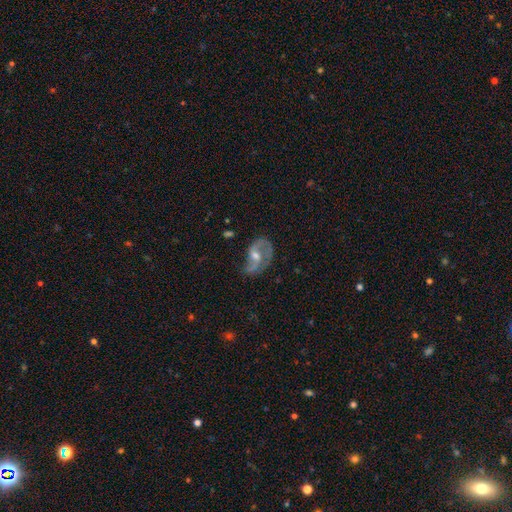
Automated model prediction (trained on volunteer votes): Smooth or featured: featured or disk — 78% (smooth — 15%)
Edge-on disk: no — 97% (yes — 3%)
Bar: weak — 45% (no — 41%)
Spiral arms: yes — 87% (no — 13%)
Spiral winding: loose — 48% (medium — 39%)
Spiral arm count: 2 — 76% (1 — 13%)
Bulge size: moderate — 55% (small — 38%)
Merging: none — 47% (minor disturbance — 27%)